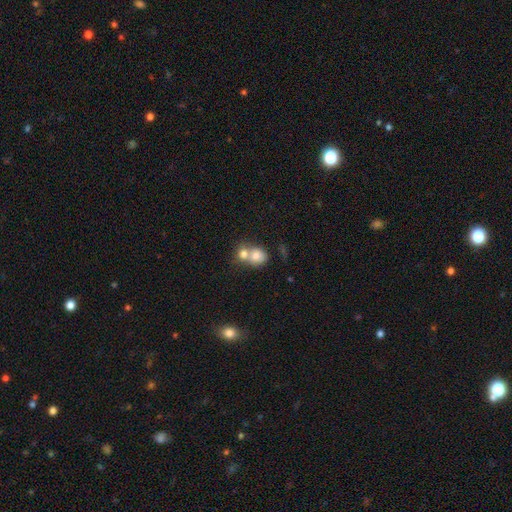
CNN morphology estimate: A smooth galaxy with no disk features (74%) that is round (70%).

Vote fractions:
- Smooth or featured? smooth: 74% / featured or disk: 17% / star or artifact: 9%
- How rounded? round: 70% / in between: 29% / cigar-shaped: 1%
- Merging? merger: 66% / none: 25% / minor disturbance: 6% / major disturbance: 3%